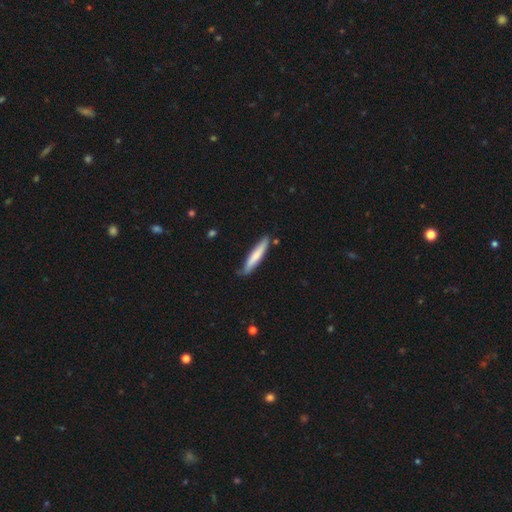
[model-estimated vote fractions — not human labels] A smooth galaxy with no disk features (70%) that is cigar-shaped (90%).

Vote fractions:
- Smooth or featured? smooth: 70% / featured or disk: 25% / star or artifact: 5%
- How rounded? cigar-shaped: 90% / in between: 8% / round: 1%
- Merging? none: 77% / minor disturbance: 18% / merger: 3% / major disturbance: 2%